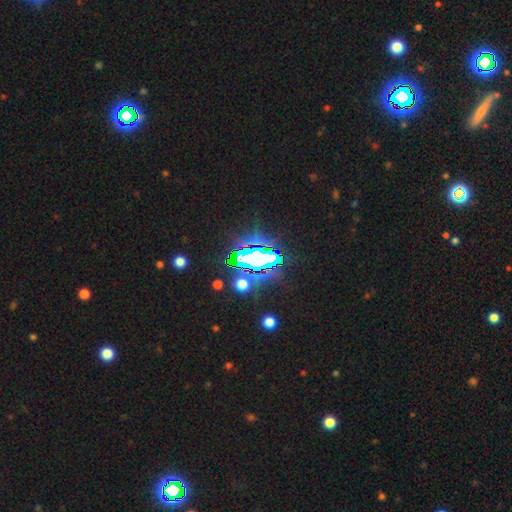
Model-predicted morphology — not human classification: Smooth or featured?
  - star or artifact: 72% *
  - smooth: 15%
  - featured or disk: 13%